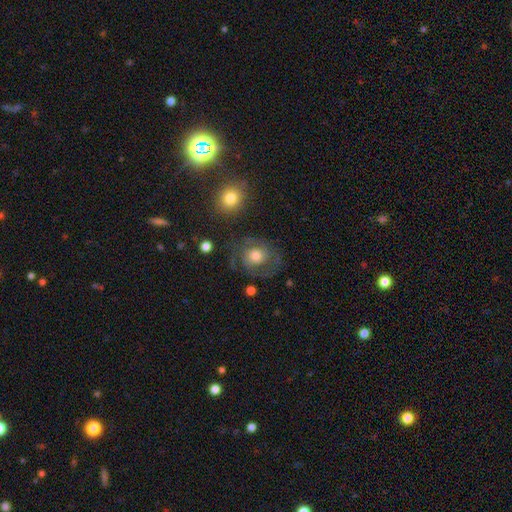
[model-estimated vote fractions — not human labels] Morphology: type=featured or disk (47%); merging=none (61%).